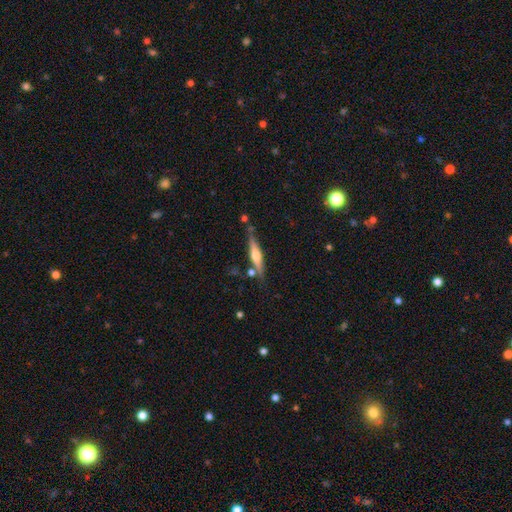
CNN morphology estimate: Q: Smooth or featured?
A: featured or disk (61%); runner-up: smooth (33%)
Q: Edge-on disk?
A: yes (96%); runner-up: no (4%)
Q: Edge-on bulge?
A: rounded (88%); runner-up: boxy (7%)
Q: Merging?
A: none (76%); runner-up: minor disturbance (13%)